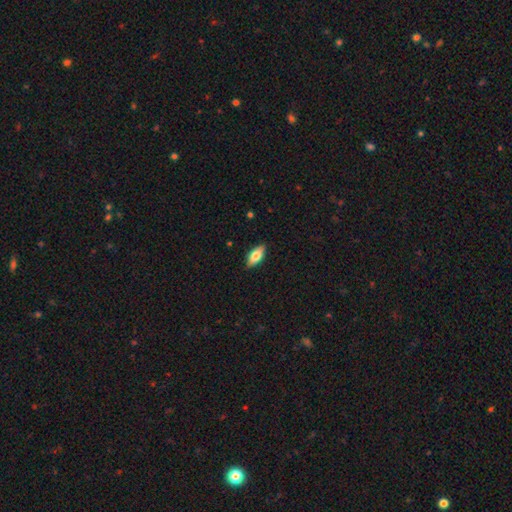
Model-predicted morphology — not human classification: Overall: smooth (72%). How rounded: in between (83%). Merging: none (87%).